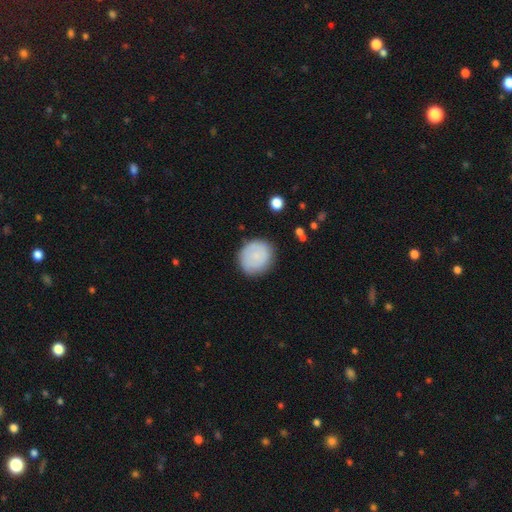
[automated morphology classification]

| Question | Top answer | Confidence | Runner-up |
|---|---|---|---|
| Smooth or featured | smooth | 78% | featured or disk (15%) |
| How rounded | round | 83% | in between (16%) |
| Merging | none | 82% | minor disturbance (13%) |